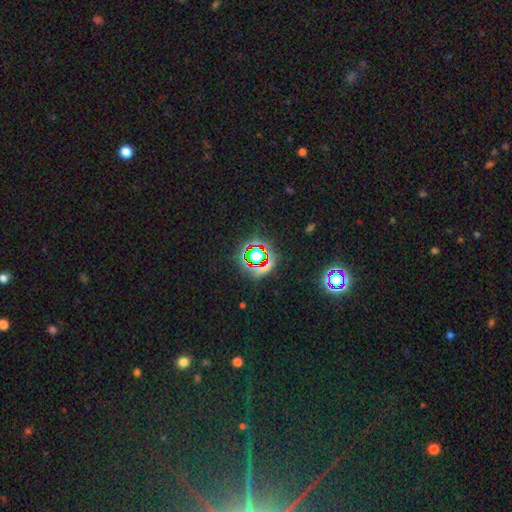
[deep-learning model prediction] smooth_or_featured: star or artifact (p=0.68) [alt: smooth p=0.22]